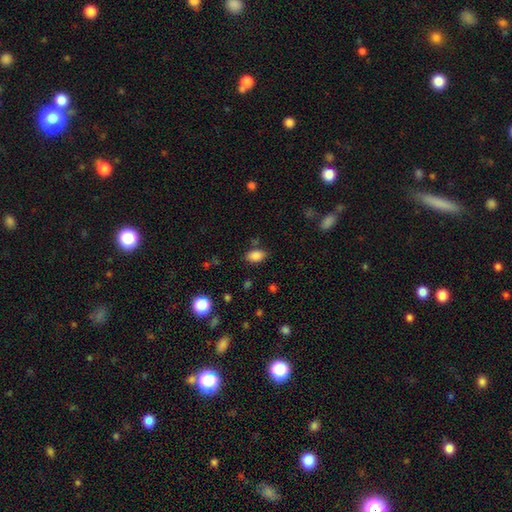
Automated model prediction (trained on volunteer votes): smooth-or-featured: smooth: 85% | star or artifact: 10% | featured or disk: 5%
  how-rounded: in between: 89% | round: 9% | cigar-shaped: 2%
  merging: none: 80% | minor disturbance: 14% | major disturbance: 4% | merger: 3%